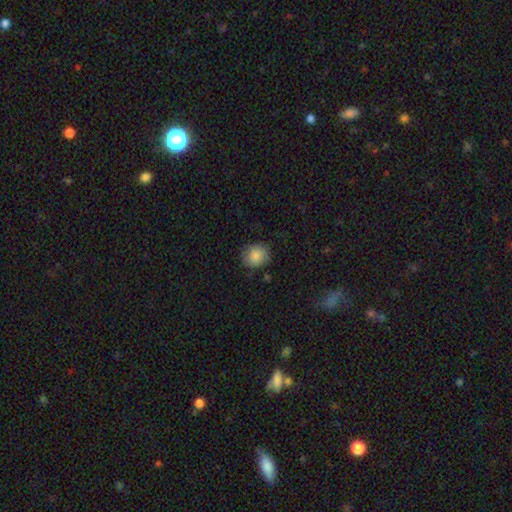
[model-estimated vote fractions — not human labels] Morphology: type=smooth (86%); roundness=round (73%); merging=none (81%).